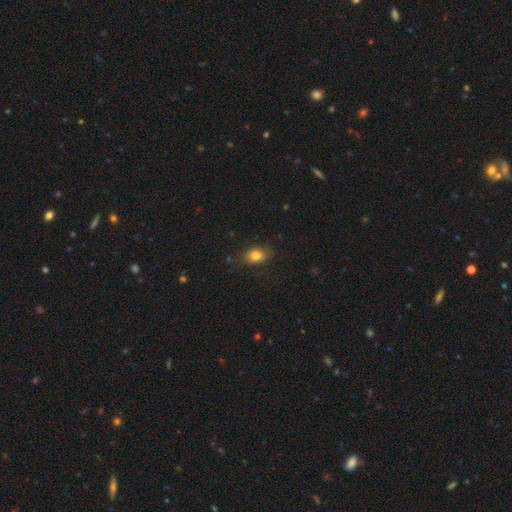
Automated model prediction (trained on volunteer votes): This appears to be a smooth galaxy with no disk features (80%) that is in between round and cigar-shaped (76%). Merging: none (77%).